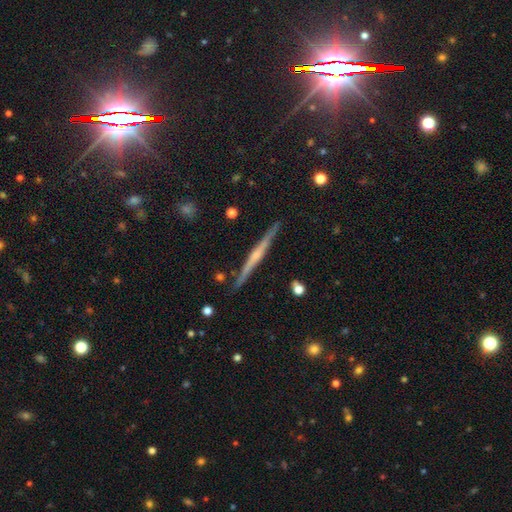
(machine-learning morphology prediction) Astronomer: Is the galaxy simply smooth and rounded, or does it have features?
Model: featured or disk — 72%.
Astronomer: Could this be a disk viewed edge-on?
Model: yes — 98%.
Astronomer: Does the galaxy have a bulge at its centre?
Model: rounded — 51% (runner-up: none, 36%).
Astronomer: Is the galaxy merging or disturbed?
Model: none — 90%.